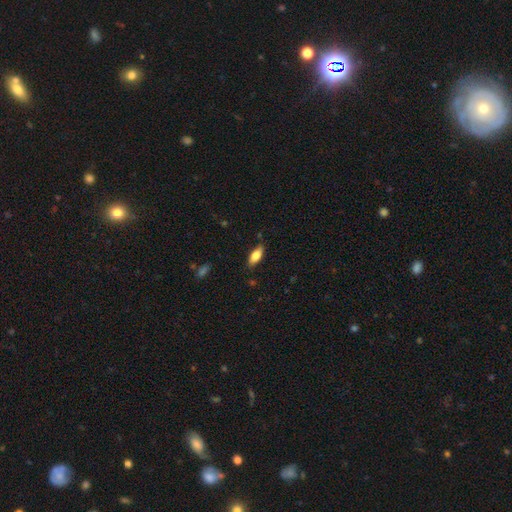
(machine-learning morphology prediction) Overall: smooth (79%). How rounded: in between (81%). Merging: none (82%).